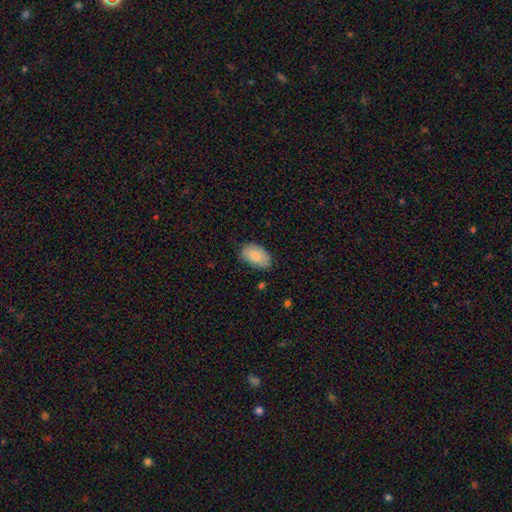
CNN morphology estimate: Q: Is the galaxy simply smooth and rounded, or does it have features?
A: smooth — 83%.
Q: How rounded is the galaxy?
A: in between — 93%.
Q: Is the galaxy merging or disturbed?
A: none — 70%.